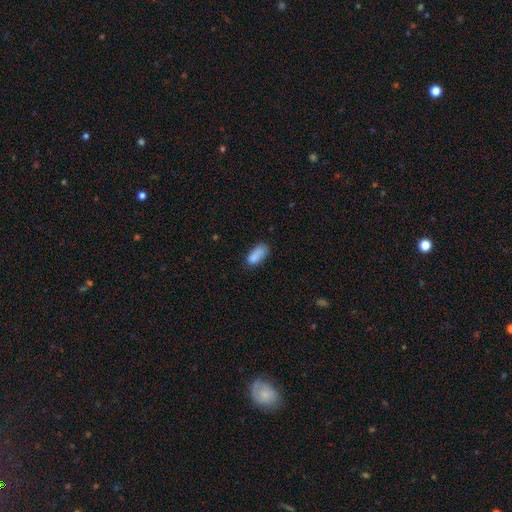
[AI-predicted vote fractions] This appears to be a smooth galaxy with no disk features (83%) that is in between round and cigar-shaped (85%). Merging: none (60%).